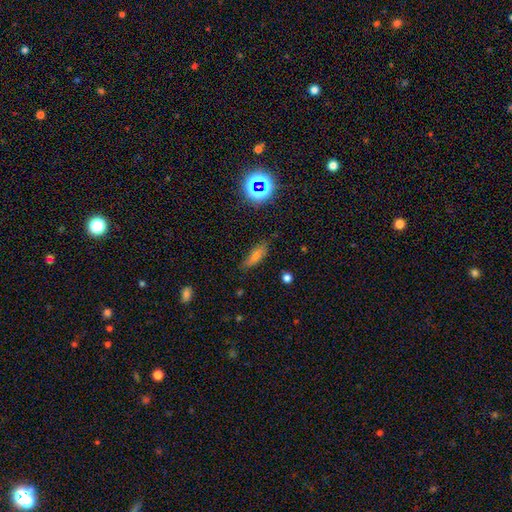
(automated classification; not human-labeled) A smooth galaxy with no disk features (63%) that is in between round and cigar-shaped (56%). Merging: none (74%).